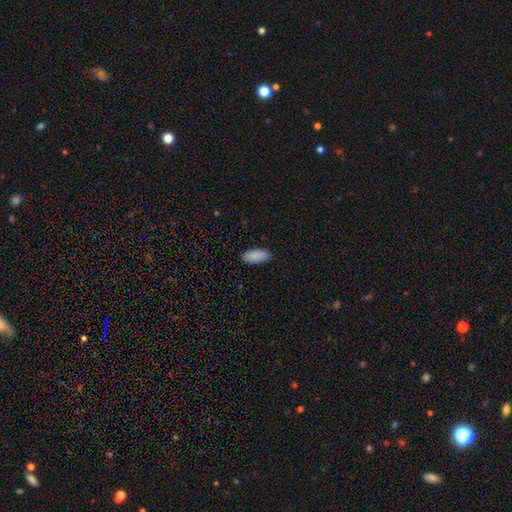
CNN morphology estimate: Smooth or featured: smooth — 90% (star or artifact — 6%)
How rounded: in between — 88% (cigar-shaped — 10%)
Merging: none — 87% (minor disturbance — 10%)